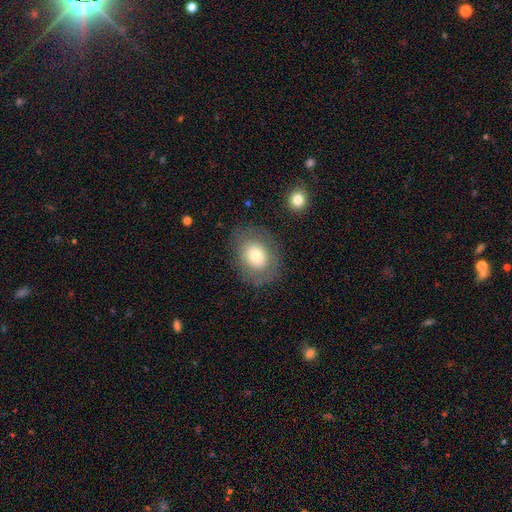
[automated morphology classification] smooth 68%, featured or disk 24%, star or artifact 9%. Down the decision tree: how rounded — in between (53%); merging — none (79%).